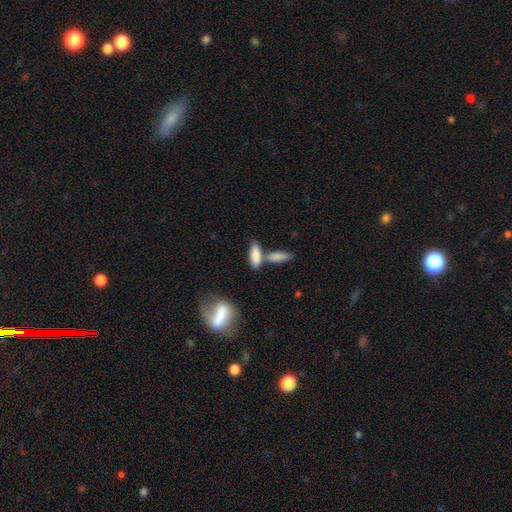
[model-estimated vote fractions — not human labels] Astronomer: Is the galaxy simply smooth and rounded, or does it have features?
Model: smooth — 82%.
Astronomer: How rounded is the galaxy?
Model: in between — 65%.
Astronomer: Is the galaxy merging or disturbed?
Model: none — 46% (runner-up: merger, 38%).